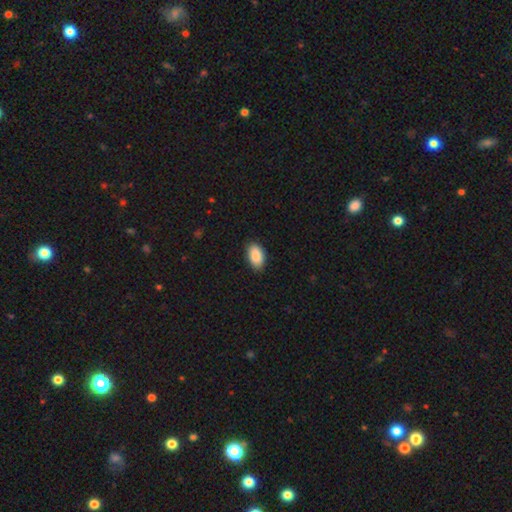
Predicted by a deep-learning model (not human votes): smooth 90%, star or artifact 6%, featured or disk 4%. Down the decision tree: how rounded — in between (95%); merging — none (88%).